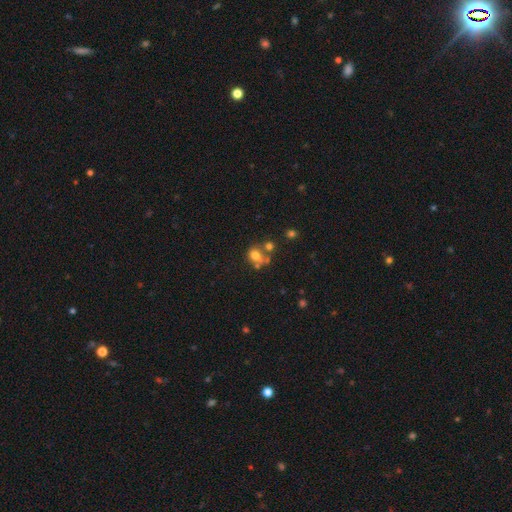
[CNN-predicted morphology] A smooth galaxy with no disk features (66%) that is round (66%).

Vote fractions:
- Smooth or featured? smooth: 66% / featured or disk: 19% / star or artifact: 16%
- How rounded? round: 66% / in between: 33% / cigar-shaped: 1%
- Merging? merger: 39% (tied) / none: 39% (tied) / minor disturbance: 13% / major disturbance: 9%